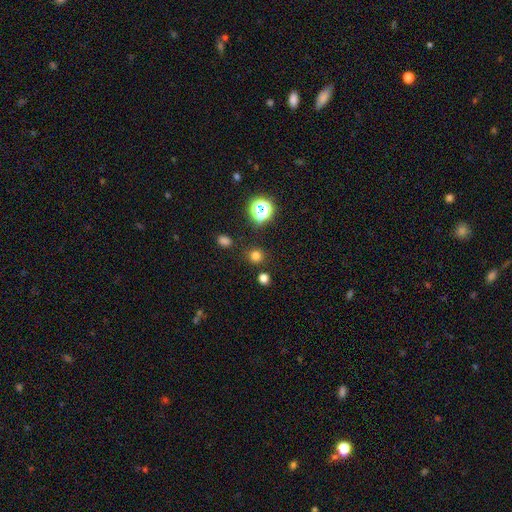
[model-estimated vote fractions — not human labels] Smooth or featured: smooth — 73% (star or artifact — 22%)
How rounded: round — 90% (in between — 9%)
Merging: none — 85% (minor disturbance — 7%)